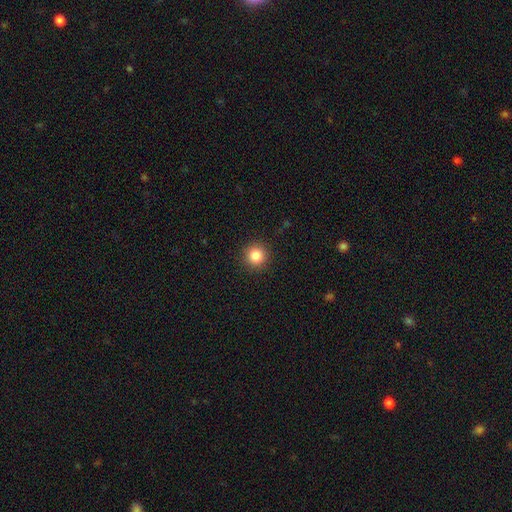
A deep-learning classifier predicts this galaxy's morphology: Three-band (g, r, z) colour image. It shows a smooth galaxy with no disk features (85%) that is round (95%). Merging: none (92%).